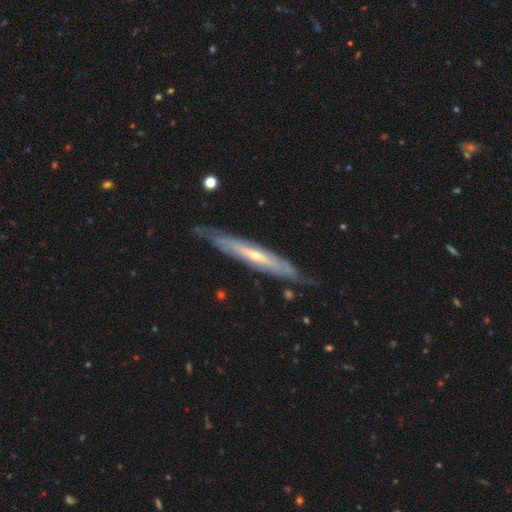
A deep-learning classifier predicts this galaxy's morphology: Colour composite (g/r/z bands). It shows a featured or disk galaxy (75%) viewed edge-on (72%) with a rounded central bulge (58%). Merging: none (76%).